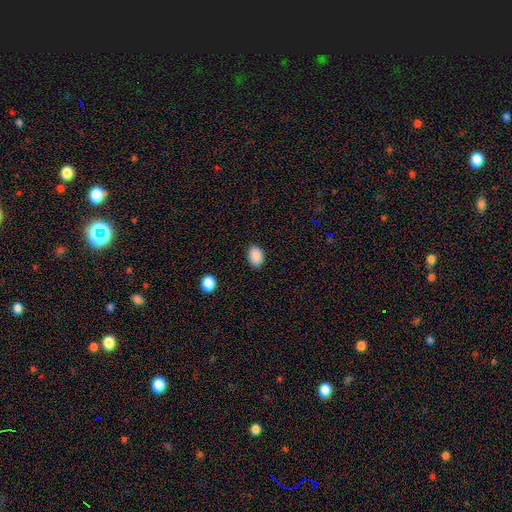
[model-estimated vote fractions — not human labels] A smooth galaxy with no disk features (89%) that is in between round and cigar-shaped (80%). Merging: none (87%).